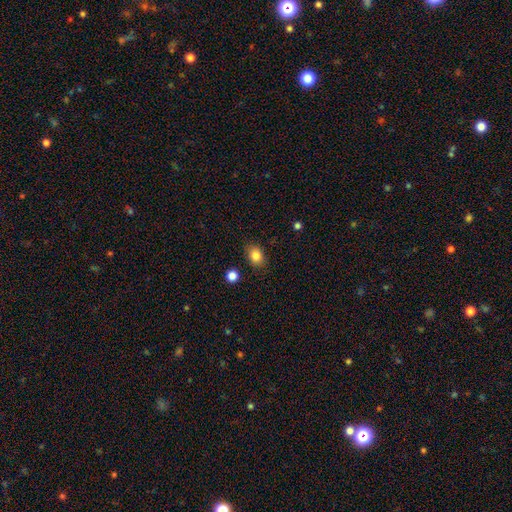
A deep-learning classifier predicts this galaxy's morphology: type=smooth (84%); roundness=in between (61%); merging=none (83%).